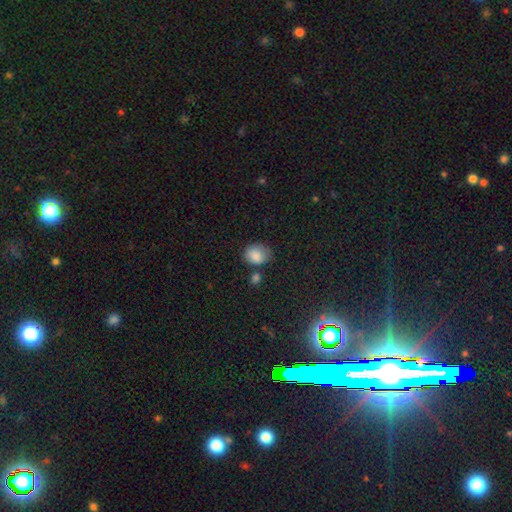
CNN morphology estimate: A smooth galaxy with no disk features (84%) that is in between round and cigar-shaped (50%). Merging: none (60%).